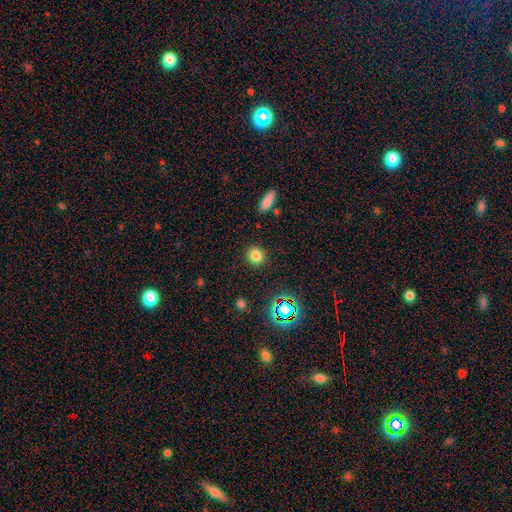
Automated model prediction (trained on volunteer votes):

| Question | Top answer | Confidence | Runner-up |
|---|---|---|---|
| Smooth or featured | smooth | 79% | star or artifact (16%) |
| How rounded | round | 88% | in between (10%) |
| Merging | none | 90% | minor disturbance (6%) |